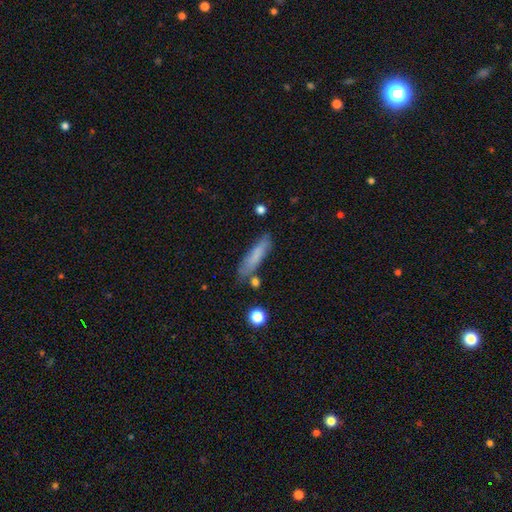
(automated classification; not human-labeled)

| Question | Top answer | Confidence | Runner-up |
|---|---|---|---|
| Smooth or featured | smooth | 72% | featured or disk (20%) |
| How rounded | cigar-shaped | 79% | in between (19%) |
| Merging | none | 73% | minor disturbance (17%) |